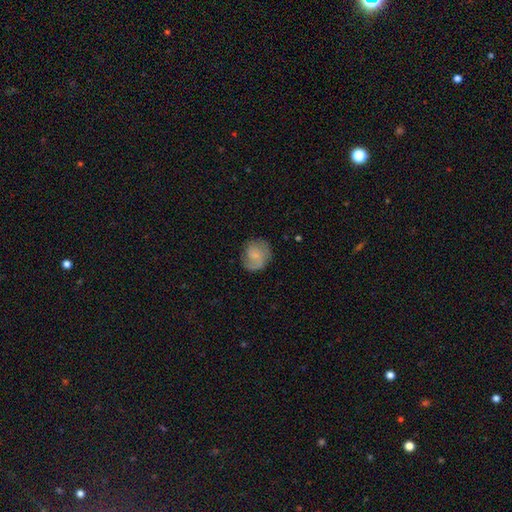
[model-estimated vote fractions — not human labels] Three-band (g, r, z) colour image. It shows a smooth galaxy with no disk features (60%) that is round (74%). Merging: none (66%).